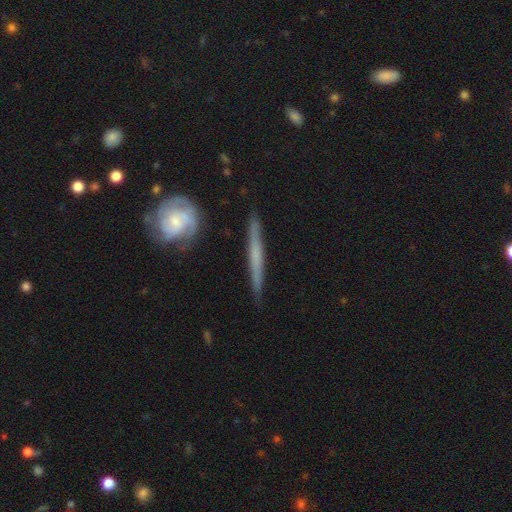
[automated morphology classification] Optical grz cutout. It shows a featured or disk galaxy (64%) viewed edge-on (87%) with no central bulge (73%). Merging: none (83%).